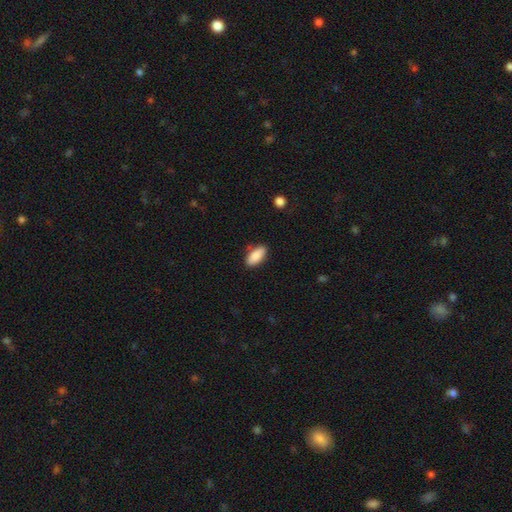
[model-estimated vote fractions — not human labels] Smooth or featured? Predicted: smooth (p=0.86). How rounded? Predicted: in between (p=0.87). Merging? Predicted: none (p=0.83).